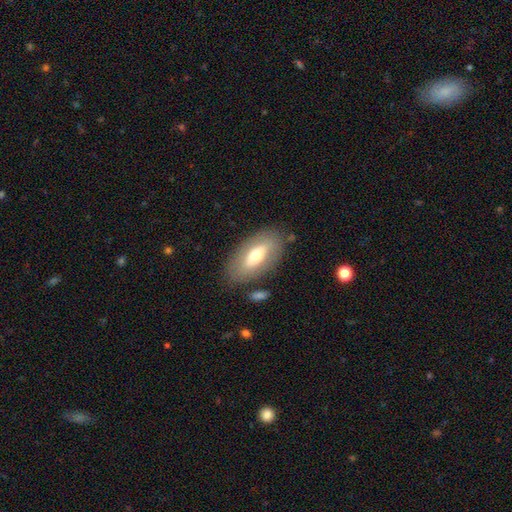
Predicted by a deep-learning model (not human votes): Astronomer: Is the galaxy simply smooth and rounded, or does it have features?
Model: smooth — 56% (runner-up: featured or disk, 38%).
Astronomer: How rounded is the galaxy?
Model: in between — 87%.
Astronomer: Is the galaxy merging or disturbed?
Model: none — 79%.